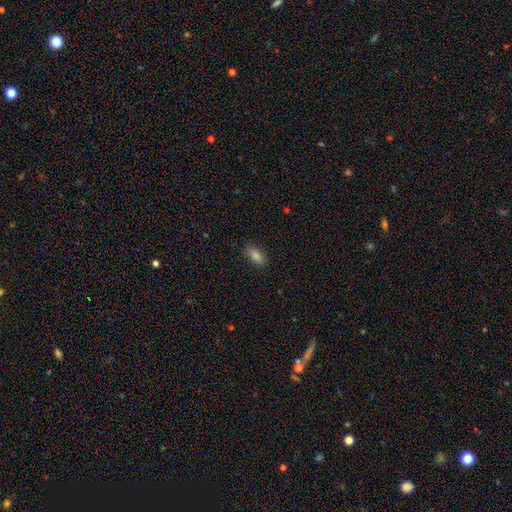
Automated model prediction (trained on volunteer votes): Smooth or featured? smooth (82%)
How rounded? in between (87%)
Merging? none (86%)